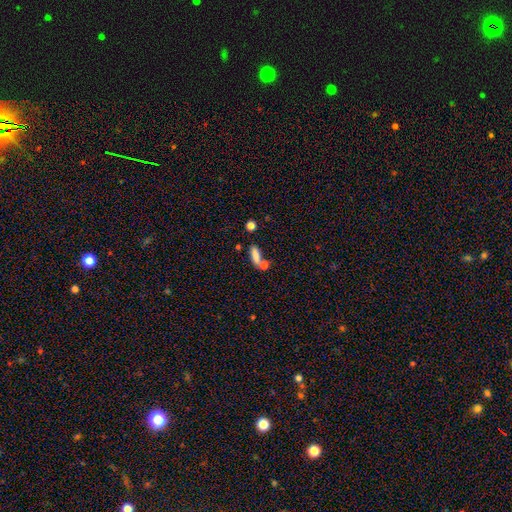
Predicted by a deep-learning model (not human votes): smooth-or-featured: smooth: 80% | featured or disk: 11% | star or artifact: 9%
  how-rounded: in between: 61% | cigar-shaped: 35% | round: 4%
  merging: none: 49% | merger: 32% | minor disturbance: 14% | major disturbance: 6%